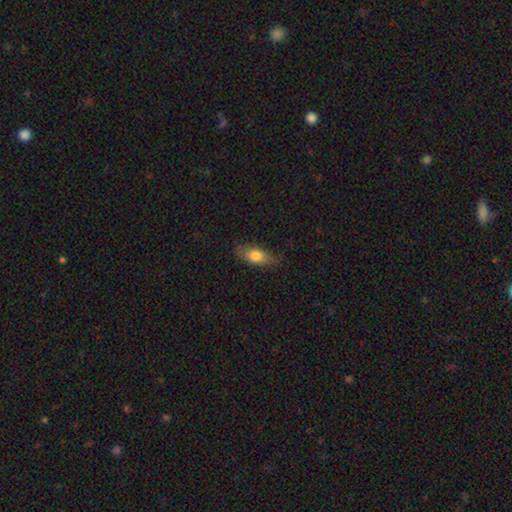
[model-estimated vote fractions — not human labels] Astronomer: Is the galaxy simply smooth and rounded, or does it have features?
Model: smooth — 76%.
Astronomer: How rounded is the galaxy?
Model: in between — 80%.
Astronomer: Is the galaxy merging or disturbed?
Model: none — 73%.